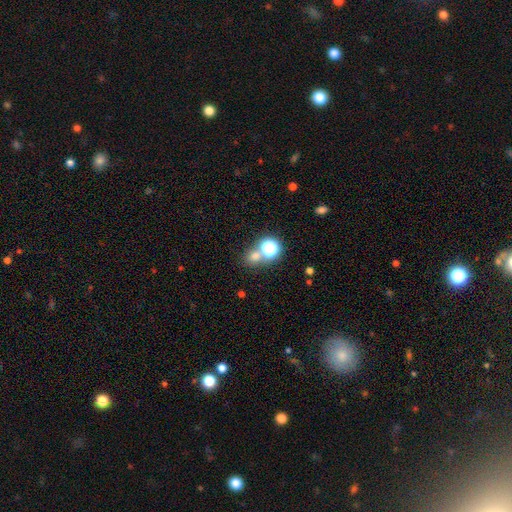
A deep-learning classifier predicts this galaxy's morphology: smooth_or_featured: smooth (p=0.64) [alt: star or artifact p=0.28]
how_rounded: round (p=0.76) [alt: in between p=0.23]
merging: none (p=0.58) [alt: merger p=0.31]